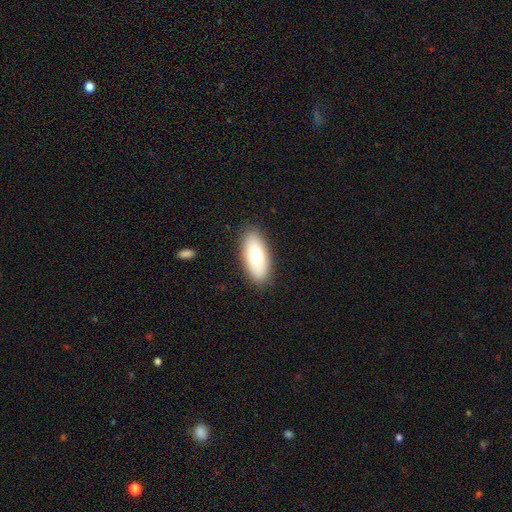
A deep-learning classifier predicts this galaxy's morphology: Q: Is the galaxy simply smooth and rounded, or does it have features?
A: smooth — 71%.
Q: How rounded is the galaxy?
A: in between — 87%.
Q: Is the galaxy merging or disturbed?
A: none — 86%.